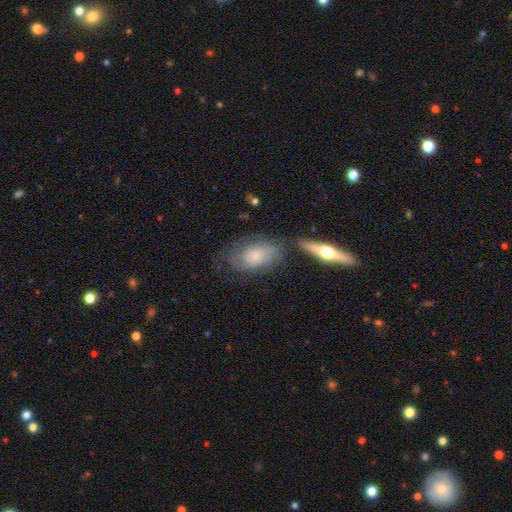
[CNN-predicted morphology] Smooth or featured?
  - smooth: 52% *
  - featured or disk: 41%
  - star or artifact: 7%
How rounded?
  - in between: 85% *
  - round: 11%
  - cigar-shaped: 4%
Merging?
  - none: 55% *
  - minor disturbance: 23%
  - major disturbance: 12%
  - merger: 11%